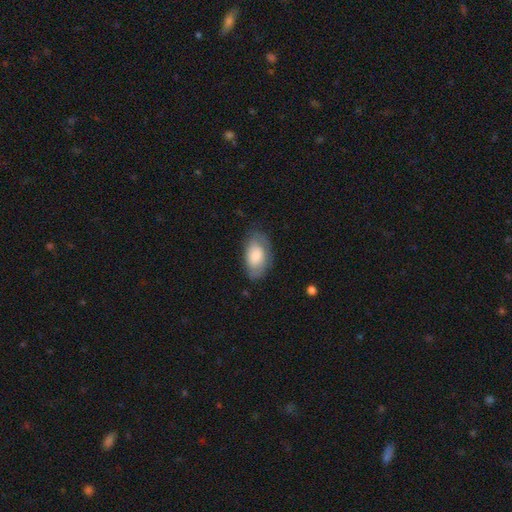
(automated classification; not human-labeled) This appears to be a smooth galaxy with no disk features (63%) that is in between round and cigar-shaped (93%). Merging: none (67%).